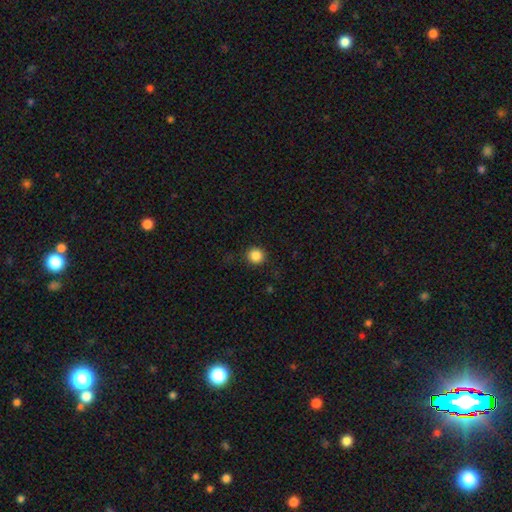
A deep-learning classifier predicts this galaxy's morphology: This is clearly a smooth galaxy (86%). How rounded: clearly round (93%). Merging: clearly none (90%).